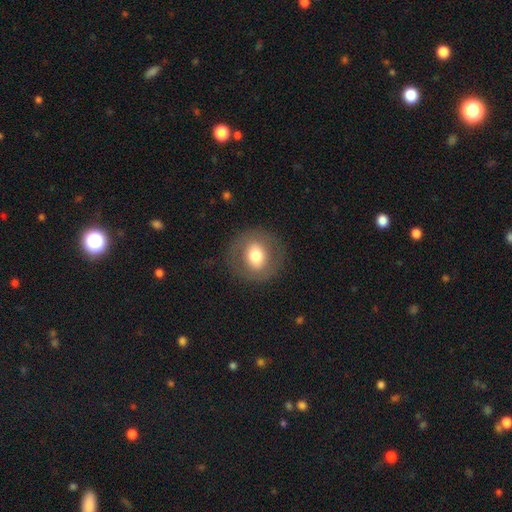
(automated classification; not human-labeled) This appears to be a smooth galaxy with no disk features (62%) that is round (82%). Merging: none (84%).